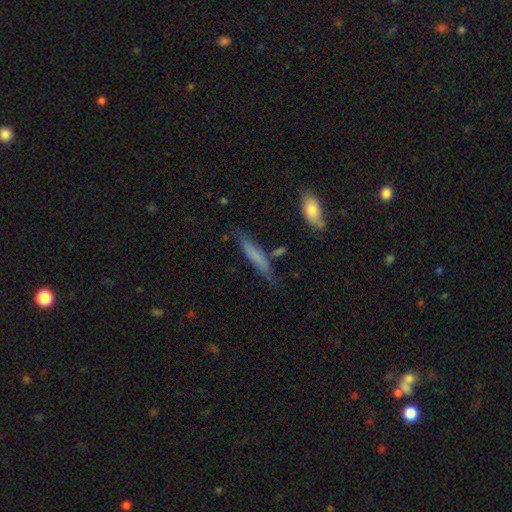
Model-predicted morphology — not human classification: A smooth galaxy with no disk features (64%) that is cigar-shaped (89%).

Vote fractions:
- Smooth or featured? smooth: 64% / featured or disk: 29% / star or artifact: 7%
- How rounded? cigar-shaped: 89% / in between: 10% / round: 2%
- Merging? none: 72% / minor disturbance: 19% / merger: 5% / major disturbance: 5%